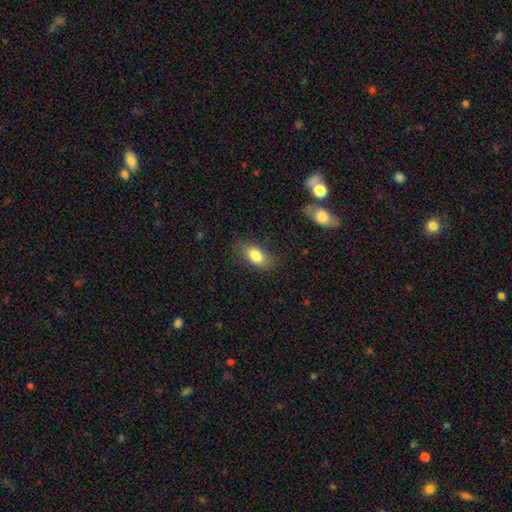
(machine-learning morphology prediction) smooth_or_featured: smooth (p=0.82) [alt: featured or disk p=0.11]
how_rounded: in between (p=0.89) [alt: round p=0.07]
merging: none (p=0.81) [alt: minor disturbance p=0.14]